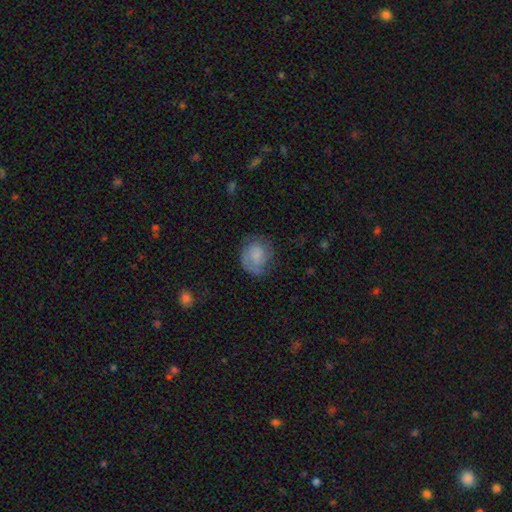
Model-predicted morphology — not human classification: Smooth or featured: smooth — 57% (featured or disk — 34%)
How rounded: round — 71% (in between — 28%)
Merging: none — 61% (minor disturbance — 24%)